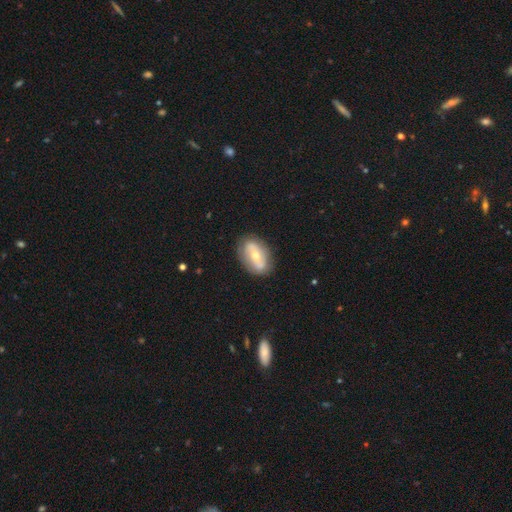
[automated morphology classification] Smooth or featured?
  - featured or disk: 62% *
  - smooth: 32%
  - star or artifact: 6%
Edge-on disk?
  - no: 94% *
  - yes: 6%
Bar?
  - no: 40% *
  - weak: 34%
  - strong: 26%
Spiral arms?
  - yes: 66% *
  - no: 34%
Bulge size?
  - moderate: 60% *
  - small: 34%
  - large: 4%
  - none: 1%
  - dominant: 1%
Merging?
  - none: 80% *
  - minor disturbance: 14%
  - major disturbance: 4%
  - merger: 2%